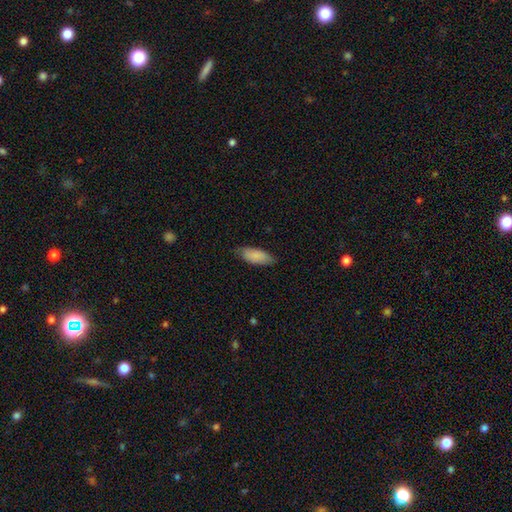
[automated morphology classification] Smooth or featured? smooth (86%)
How rounded? in between (82%)
Merging? none (75%)